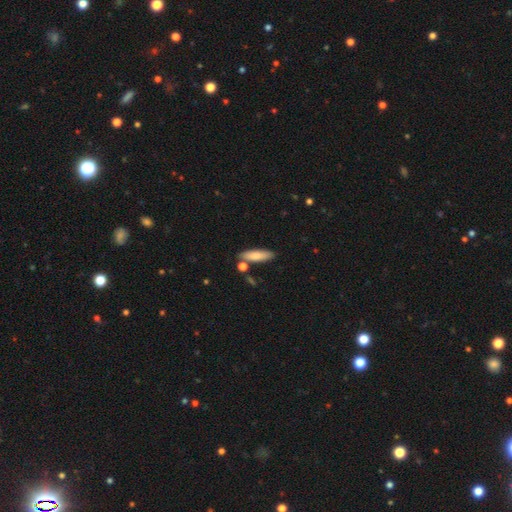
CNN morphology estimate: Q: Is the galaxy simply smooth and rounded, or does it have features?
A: smooth — 80%.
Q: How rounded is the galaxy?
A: cigar-shaped — 57%.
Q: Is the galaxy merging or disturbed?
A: none — 77%.